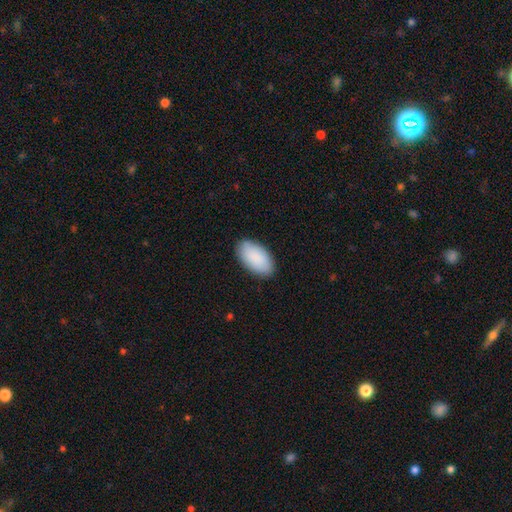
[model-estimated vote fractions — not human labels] smooth 90%, star or artifact 5%, featured or disk 4%. Down the decision tree: how rounded — in between (96%); merging — none (88%).